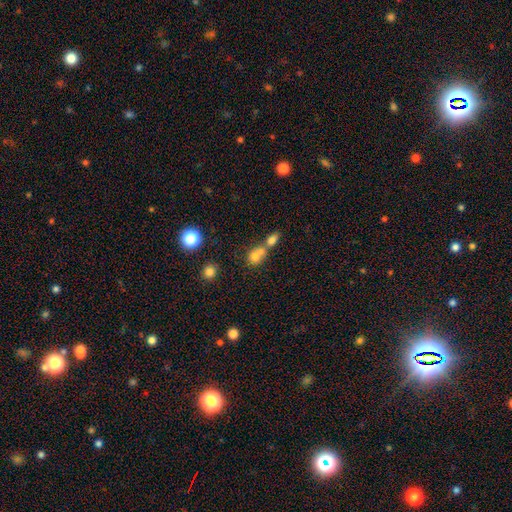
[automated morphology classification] smooth-or-featured: smooth: 72% | featured or disk: 15% | star or artifact: 13%
  how-rounded: round: 69% | in between: 29% | cigar-shaped: 2%
  merging: merger: 61% | none: 29% | minor disturbance: 7% | major disturbance: 4%